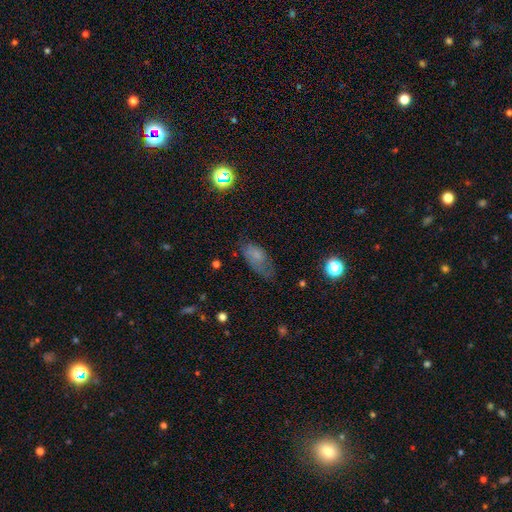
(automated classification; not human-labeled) Overall: smooth (63%; featured or disk 23%). How rounded: in between (89%). Merging: none (47%; minor disturbance 31%).